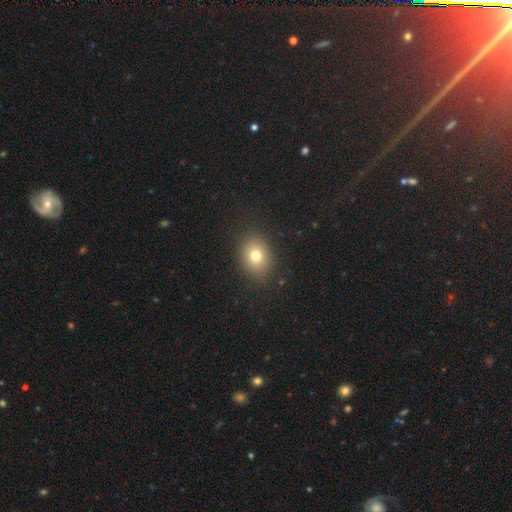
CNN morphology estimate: smooth-or-featured: smooth: 76% | star or artifact: 14% | featured or disk: 11%
  how-rounded: round: 53% | in between: 46% | cigar-shaped: 1%
  merging: none: 87% | minor disturbance: 8% | major disturbance: 3% | merger: 1%